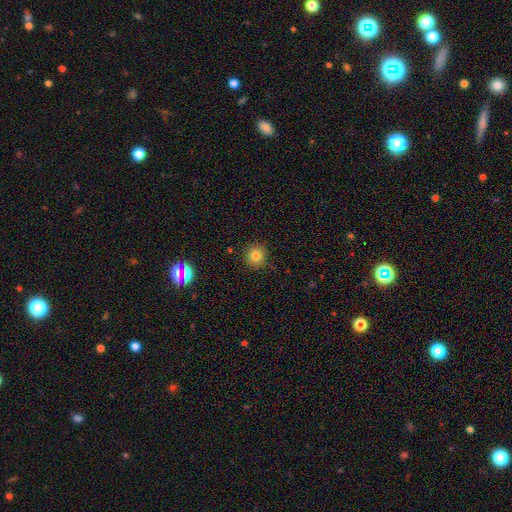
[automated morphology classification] This is clearly a smooth galaxy (80%). How rounded: clearly round (91%). Merging: clearly none (89%).